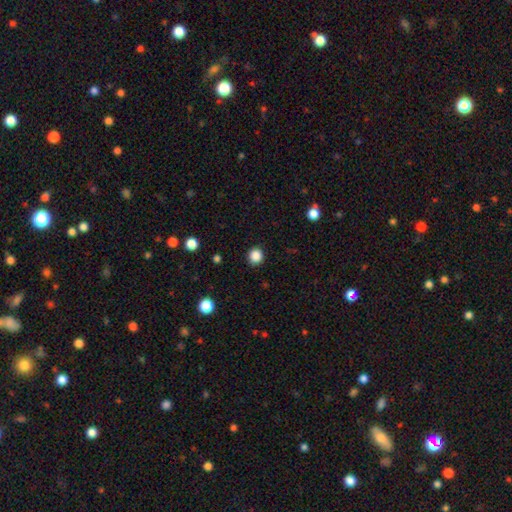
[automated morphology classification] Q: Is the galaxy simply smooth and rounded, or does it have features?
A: smooth — 86%.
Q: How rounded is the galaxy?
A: round — 91%.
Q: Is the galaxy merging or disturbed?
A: none — 91%.